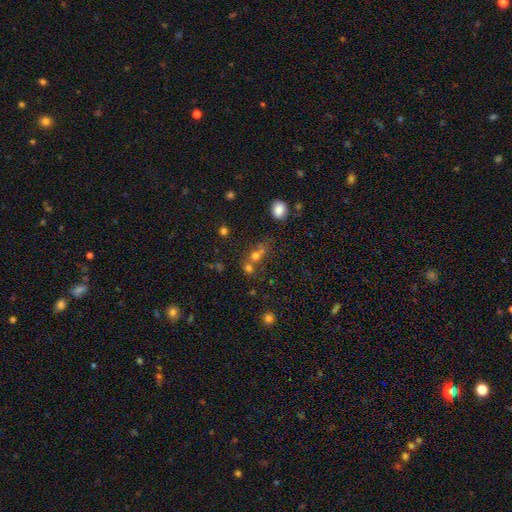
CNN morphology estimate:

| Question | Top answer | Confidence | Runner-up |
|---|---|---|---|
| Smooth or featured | smooth | 53% | star or artifact (32%) |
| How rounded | round | 66% | in between (30%) |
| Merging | merger | 45% | none (40%) |